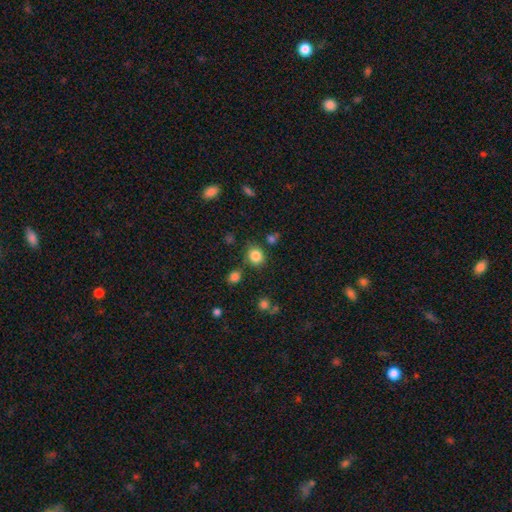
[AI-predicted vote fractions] smooth-or-featured: smooth: 84% | star or artifact: 11% | featured or disk: 5%
  how-rounded: round: 75% | in between: 24% | cigar-shaped: 1%
  merging: none: 78% | minor disturbance: 12% | merger: 7% | major disturbance: 4%